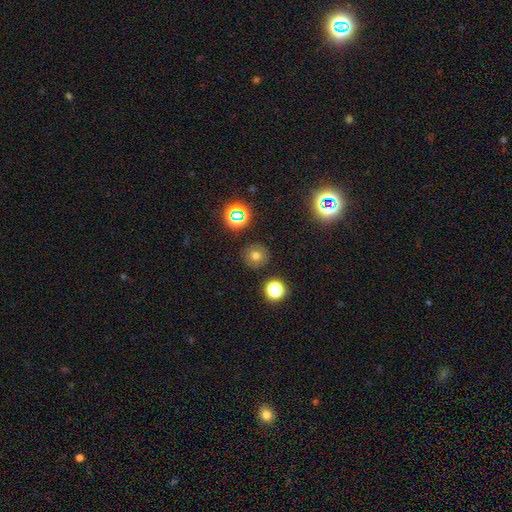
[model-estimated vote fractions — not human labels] A smooth galaxy with no disk features (69%) that is round (93%).

Vote fractions:
- Smooth or featured? smooth: 69% / star or artifact: 20% / featured or disk: 12%
- How rounded? round: 93% / in between: 6% / cigar-shaped: 1%
- Merging? none: 89% / minor disturbance: 7% / major disturbance: 2% / merger: 2%